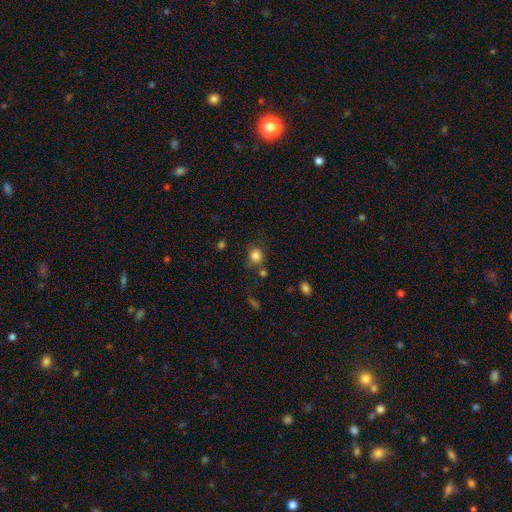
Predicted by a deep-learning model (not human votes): Overall: smooth (84%). How rounded: round (79%). Merging: none (75%).